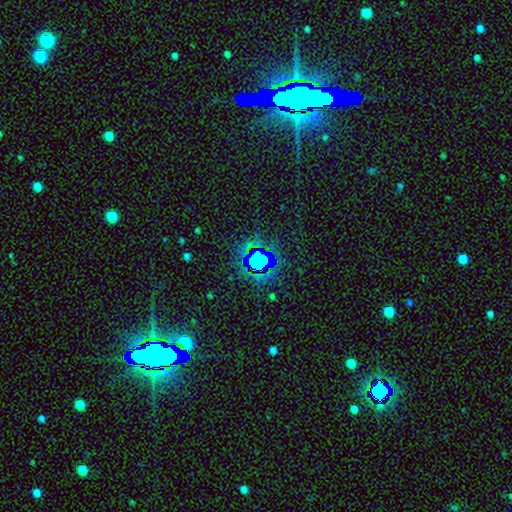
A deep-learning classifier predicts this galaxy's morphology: Smooth or featured? Predicted: star or artifact (p=0.73).